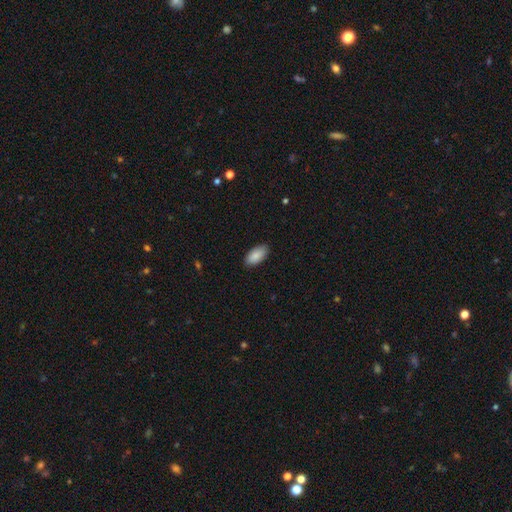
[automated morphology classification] This is clearly a smooth galaxy (89%). How rounded: clearly in between (93%). Merging: clearly none (88%).